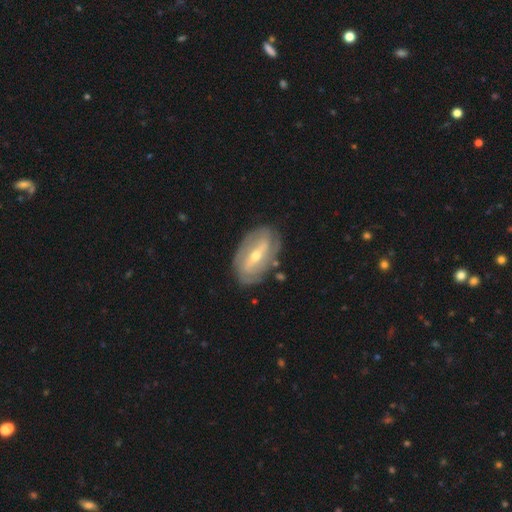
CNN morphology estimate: This is likely a featured or disk galaxy (79%). It is clearly not viewed edge-on (91%). Bar: possibly strong (56%). Spiral arm pattern: clearly yes (80%). Spiral arm count: possibly 2 (56%). Spiral winding: possibly tight (52%). Central bulge: possibly moderate (48%, tied with small). Merging: likely none (79%).